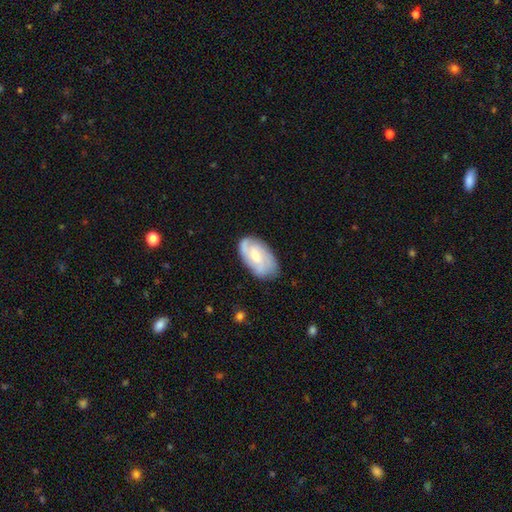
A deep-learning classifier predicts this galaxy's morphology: type=featured or disk (66%); edge-on=no (96%); bar=weak (46%); spiral arms=yes (89%); winding=tight (44%); arm count=2 (38%); bulge=moderate (49%); merging=none (74%).